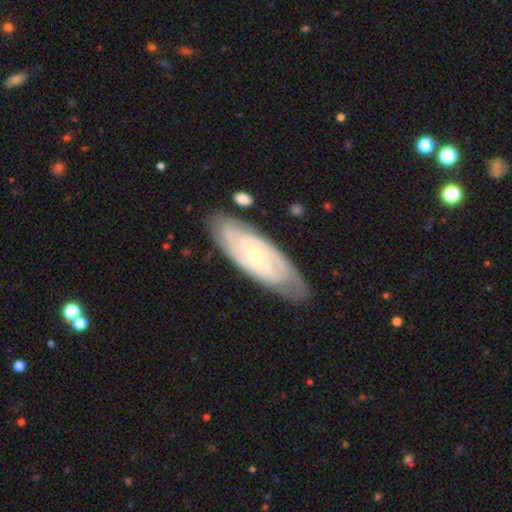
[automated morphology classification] Q: Smooth or featured?
A: featured or disk (79%); runner-up: smooth (16%)
Q: Edge-on disk?
A: no (87%); runner-up: yes (13%)
Q: Bar?
A: no (69%); runner-up: weak (24%)
Q: Spiral arms?
A: yes (90%); runner-up: no (10%)
Q: Spiral winding?
A: tight (72%); runner-up: medium (23%)
Q: Spiral arm count?
A: can't tell (46%); runner-up: 2 (25%)
Q: Bulge size?
A: small (59%); runner-up: moderate (38%)
Q: Merging?
A: none (78%); runner-up: minor disturbance (17%)